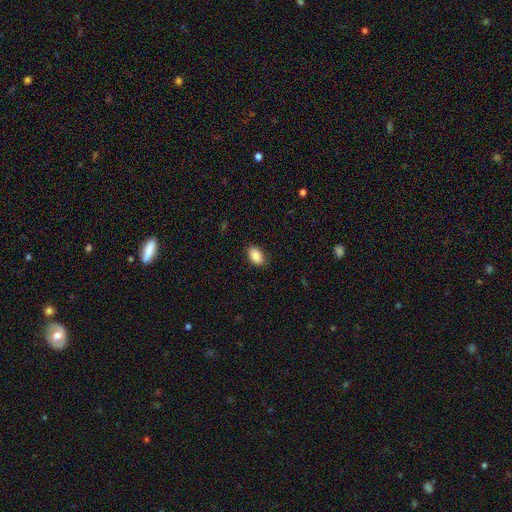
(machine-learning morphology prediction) A smooth galaxy with no disk features (88%) that is in between round and cigar-shaped (89%).

Vote fractions:
- Smooth or featured? smooth: 88% / star or artifact: 7% / featured or disk: 5%
- How rounded? in between: 89% / round: 10% / cigar-shaped: 1%
- Merging? none: 86% / minor disturbance: 11% / major disturbance: 2% / merger: 1%